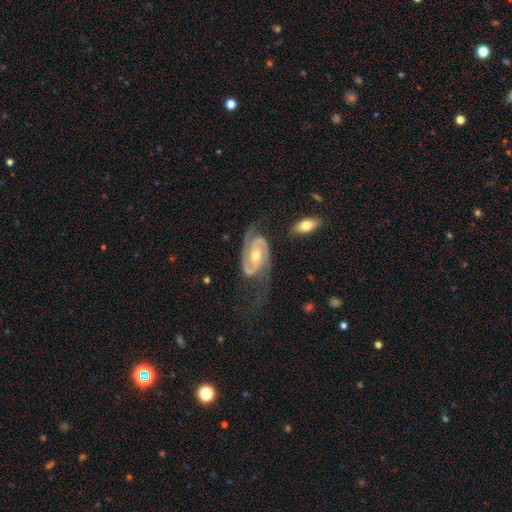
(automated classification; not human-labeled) This appears to be a featured or disk galaxy (92%) with no bar (40%), 2 (92%) medium (48%) spiral arms (98%) and a moderate central bulge (65%). Merging: none (60%).